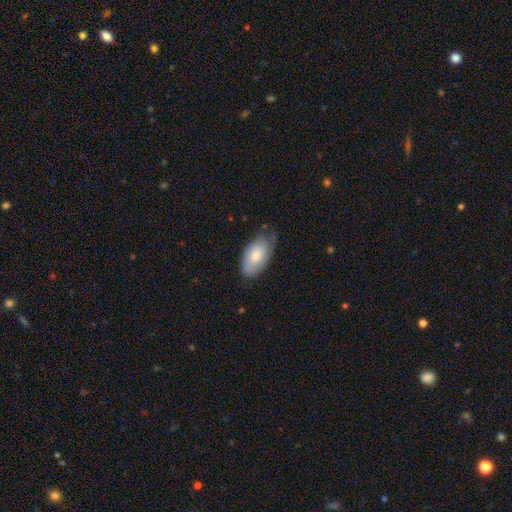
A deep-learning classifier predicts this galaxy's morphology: Smooth or featured?
  - smooth: 77% *
  - featured or disk: 17%
  - star or artifact: 6%
How rounded?
  - in between: 95% *
  - round: 3%
  - cigar-shaped: 2%
Merging?
  - none: 60% *
  - minor disturbance: 33%
  - major disturbance: 6%
  - merger: 1%